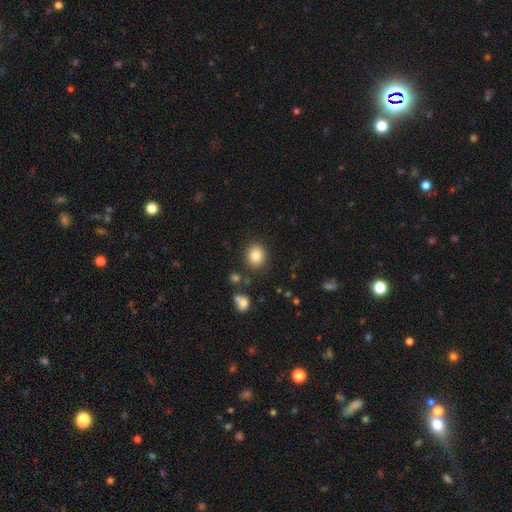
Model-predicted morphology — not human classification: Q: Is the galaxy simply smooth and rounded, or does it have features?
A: smooth — 83%.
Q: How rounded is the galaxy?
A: round — 75%.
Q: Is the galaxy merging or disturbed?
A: none — 86%.